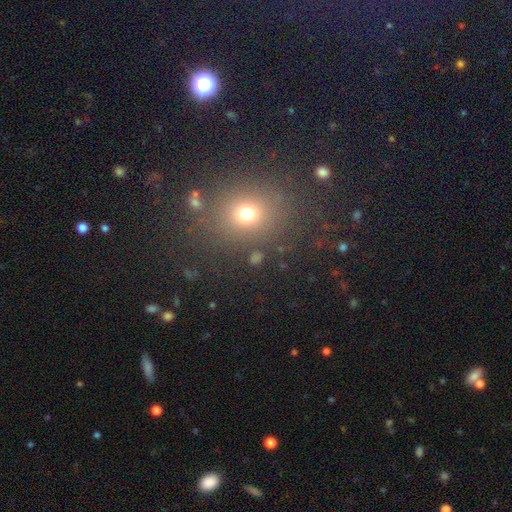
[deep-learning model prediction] smooth_or_featured: smooth (p=0.66) [alt: star or artifact p=0.25]
how_rounded: round (p=0.65) [alt: in between p=0.34]
merging: none (p=0.82) [alt: minor disturbance p=0.09]